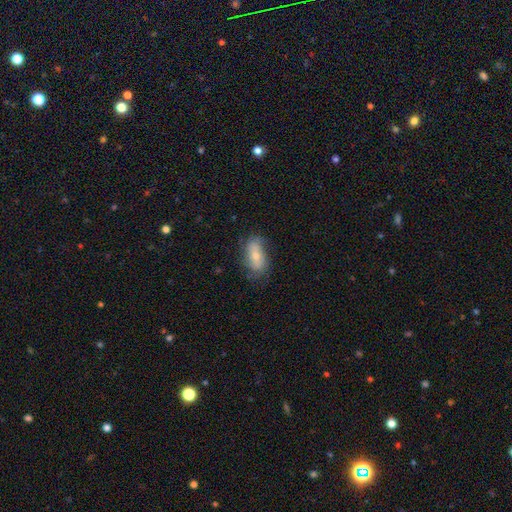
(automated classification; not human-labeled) This is possibly a smooth galaxy (60%). How rounded: clearly in between (87%). Merging: likely none (69%).